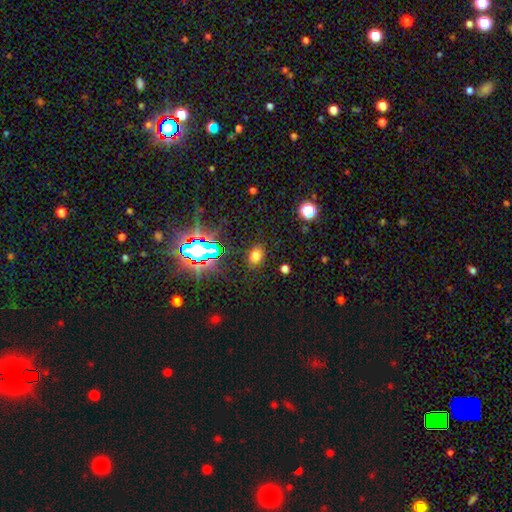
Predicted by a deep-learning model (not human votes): This is likely a smooth galaxy (68%). How rounded: likely in between (68%). Merging: clearly none (85%).